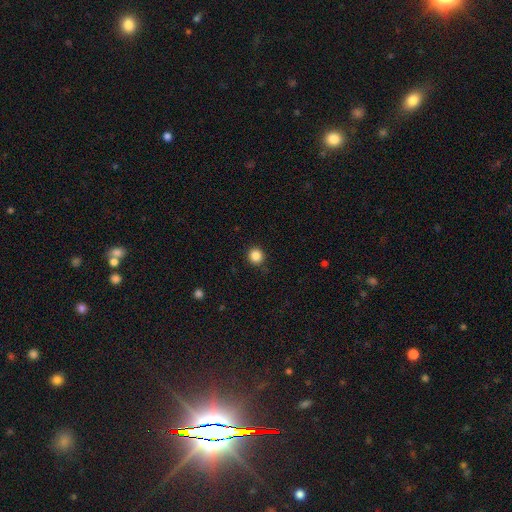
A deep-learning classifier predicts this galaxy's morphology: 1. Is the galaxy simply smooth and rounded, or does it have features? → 86% smooth, 11% star or artifact, 4% featured or disk.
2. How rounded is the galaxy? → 93% round, 6% in between, 1% cigar-shaped.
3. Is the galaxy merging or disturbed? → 89% none, 8% minor disturbance, 2% major disturbance, 1% merger.